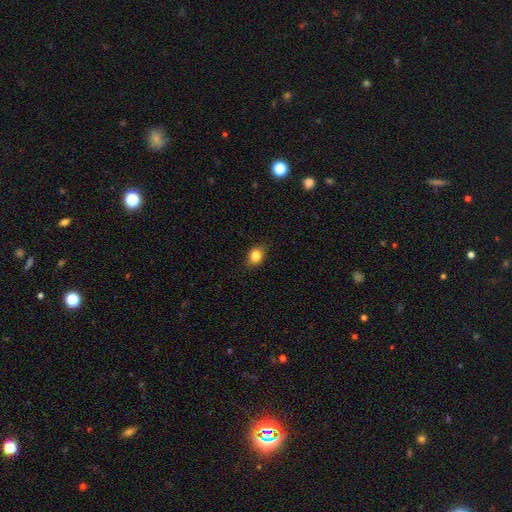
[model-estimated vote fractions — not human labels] Smooth or featured: smooth — 84% (star or artifact — 10%)
How rounded: in between — 52% (round — 47%)
Merging: none — 85% (minor disturbance — 11%)